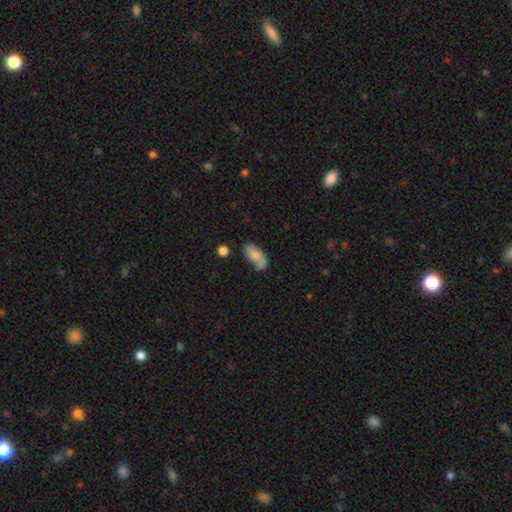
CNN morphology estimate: Q: Smooth or featured?
A: smooth (70%); runner-up: featured or disk (22%)
Q: How rounded?
A: in between (87%); runner-up: cigar-shaped (9%)
Q: Merging?
A: none (43%); runner-up: minor disturbance (29%)